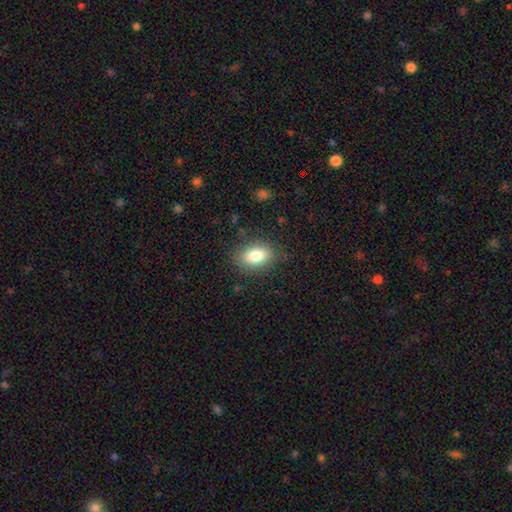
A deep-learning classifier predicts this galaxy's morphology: A smooth galaxy with no disk features (81%) that is in between round and cigar-shaped (83%). Merging: none (83%).